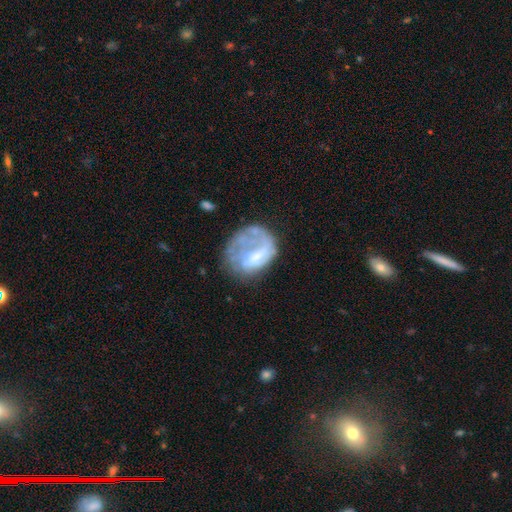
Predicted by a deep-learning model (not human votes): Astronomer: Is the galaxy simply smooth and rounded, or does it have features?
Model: featured or disk — 58% (runner-up: smooth, 33%).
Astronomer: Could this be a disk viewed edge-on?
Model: no — 97%.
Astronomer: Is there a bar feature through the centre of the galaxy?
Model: no — 46% (runner-up: weak, 35%).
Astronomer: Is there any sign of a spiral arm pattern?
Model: no — 63%.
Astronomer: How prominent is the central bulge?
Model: none — 45% (runner-up: small, 29%).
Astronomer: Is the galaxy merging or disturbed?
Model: none — 38% (runner-up: major disturbance, 34%).